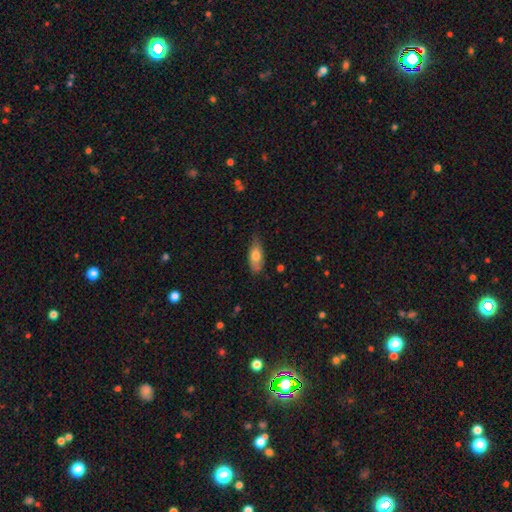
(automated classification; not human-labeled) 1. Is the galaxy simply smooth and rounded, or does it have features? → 72% smooth, 22% featured or disk, 6% star or artifact.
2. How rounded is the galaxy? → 80% in between, 17% cigar-shaped, 3% round.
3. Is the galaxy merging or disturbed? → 66% none, 28% minor disturbance, 5% major disturbance, 2% merger.